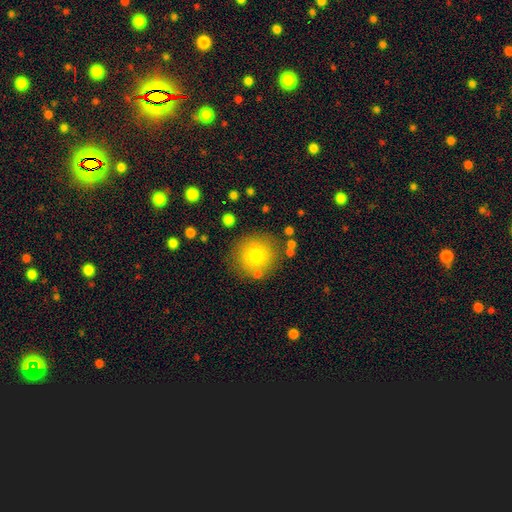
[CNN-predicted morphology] type=smooth (76%); roundness=round (93%); merging=none (82%).